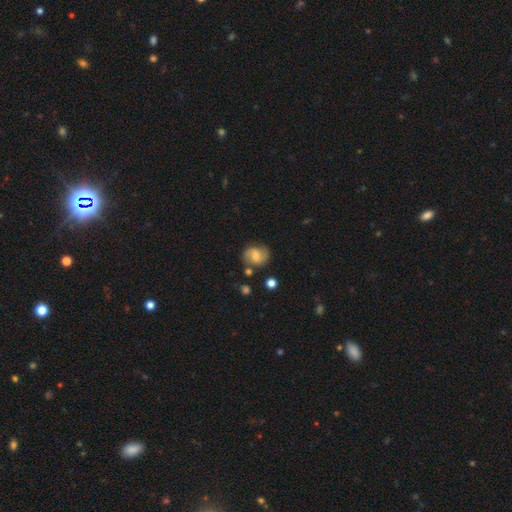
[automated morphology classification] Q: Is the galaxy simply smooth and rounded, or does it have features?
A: featured or disk — 58%.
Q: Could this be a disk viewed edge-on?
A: no — 97%.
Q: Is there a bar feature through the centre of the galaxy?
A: no — 45%, tied with weak.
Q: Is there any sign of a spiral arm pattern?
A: yes — 89%.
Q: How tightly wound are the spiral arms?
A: medium — 47%.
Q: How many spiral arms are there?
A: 2 — 86%.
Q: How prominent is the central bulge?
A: moderate — 49%.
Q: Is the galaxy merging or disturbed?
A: none — 76%.